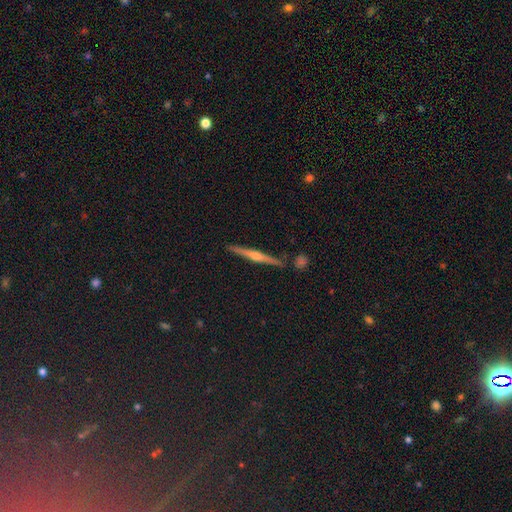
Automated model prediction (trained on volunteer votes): This appears to be a featured or disk galaxy (78%) viewed edge-on (98%) with a rounded central bulge (87%). Merging: none (89%).